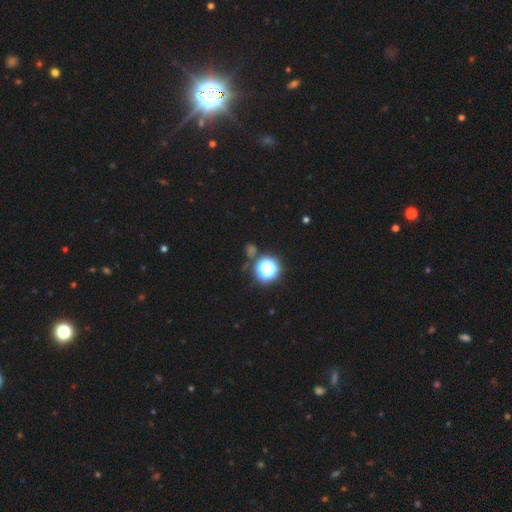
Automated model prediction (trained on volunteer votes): star or artifact 76%, smooth 18%, featured or disk 7%.